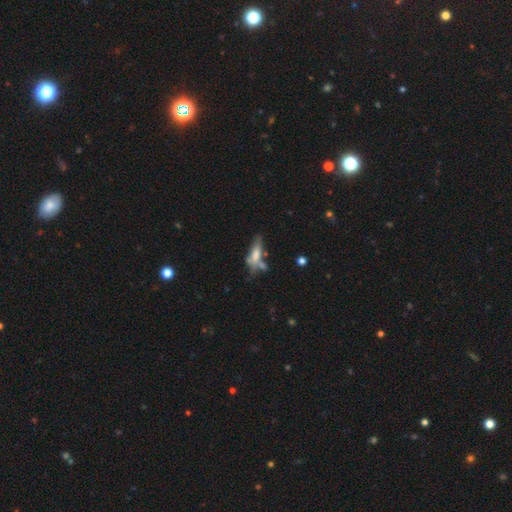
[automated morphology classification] Overall: smooth (54%; featured or disk 36%). How rounded: in between (57%; cigar-shaped 40%). Merging: none (31%; merger 28%).